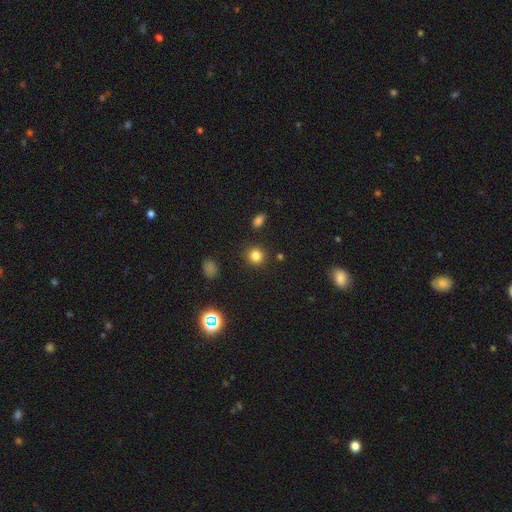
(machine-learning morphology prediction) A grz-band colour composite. It shows a smooth galaxy with no disk features (81%) that is round (87%). Merging: none (88%).